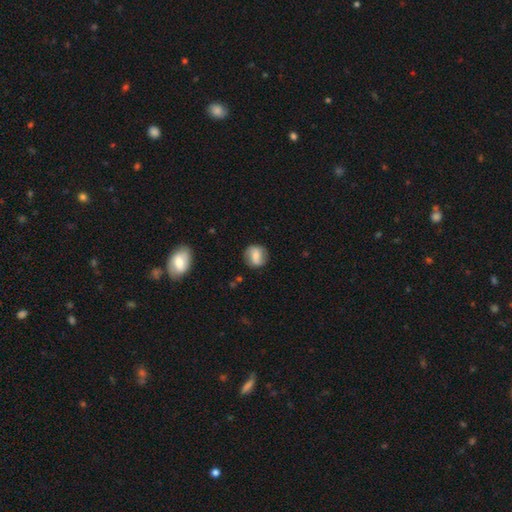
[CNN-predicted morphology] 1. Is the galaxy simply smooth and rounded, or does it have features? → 59% smooth, 33% featured or disk, 8% star or artifact.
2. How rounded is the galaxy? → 80% round, 18% in between, 2% cigar-shaped.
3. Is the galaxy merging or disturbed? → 81% none, 14% minor disturbance, 4% major disturbance, 2% merger.